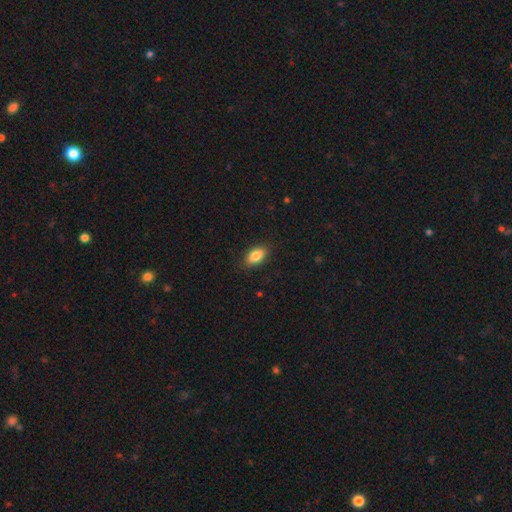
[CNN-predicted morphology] Smooth or featured: smooth — 84% (featured or disk — 8%)
How rounded: in between — 90% (round — 6%)
Merging: none — 87% (minor disturbance — 10%)